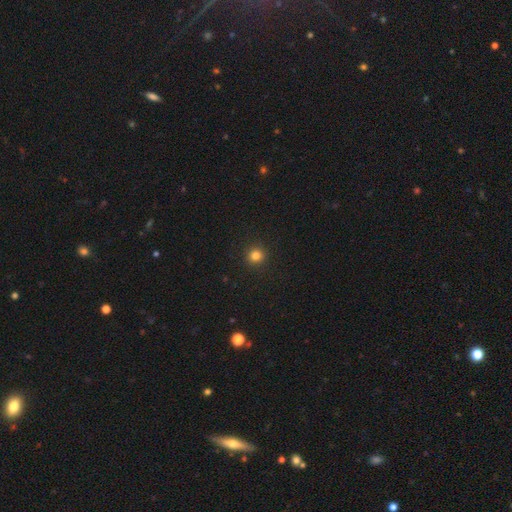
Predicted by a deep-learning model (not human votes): This appears to be a smooth galaxy with no disk features (82%) that is round (93%). Merging: none (93%).